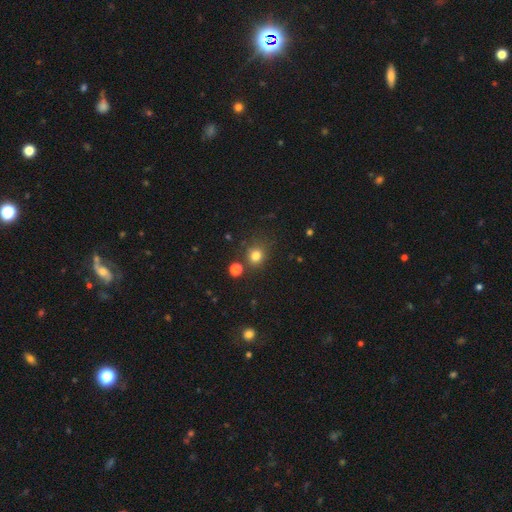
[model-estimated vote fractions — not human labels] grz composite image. It shows a smooth galaxy with no disk features (79%) that is round (81%). Merging: none (75%).